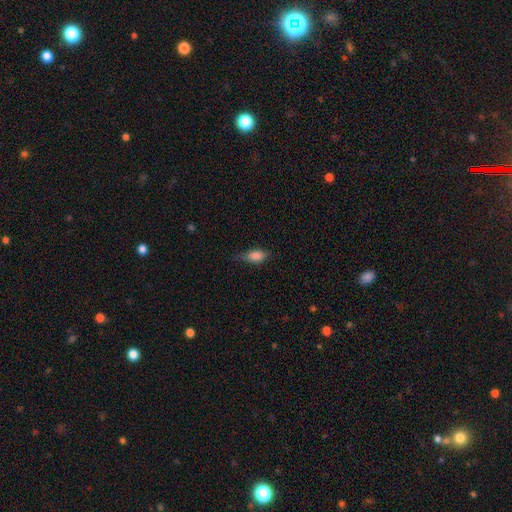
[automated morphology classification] This is clearly a smooth galaxy (82%). How rounded: clearly in between (84%). Merging: likely none (61%).